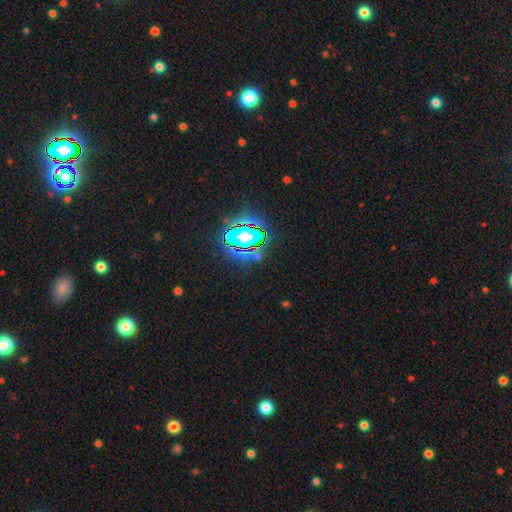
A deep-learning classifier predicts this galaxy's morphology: smooth_or_featured: star or artifact (p=0.72) [alt: smooth p=0.16]